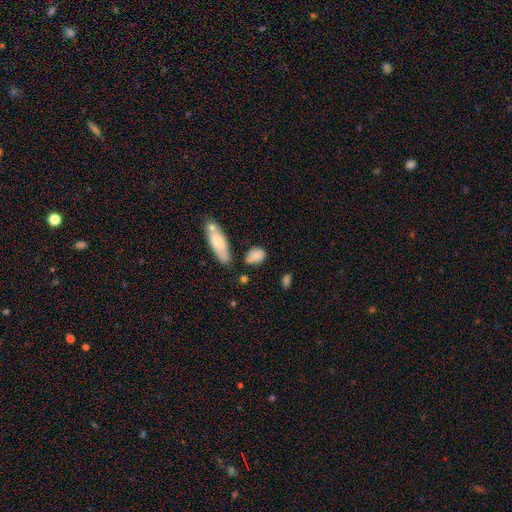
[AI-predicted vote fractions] A smooth galaxy with no disk features (81%) that is in between round and cigar-shaped (82%).

Vote fractions:
- Smooth or featured? smooth: 81% / featured or disk: 11% / star or artifact: 8%
- How rounded? in between: 82% / round: 12% / cigar-shaped: 5%
- Merging? none: 54% / minor disturbance: 27% / merger: 11% / major disturbance: 8%